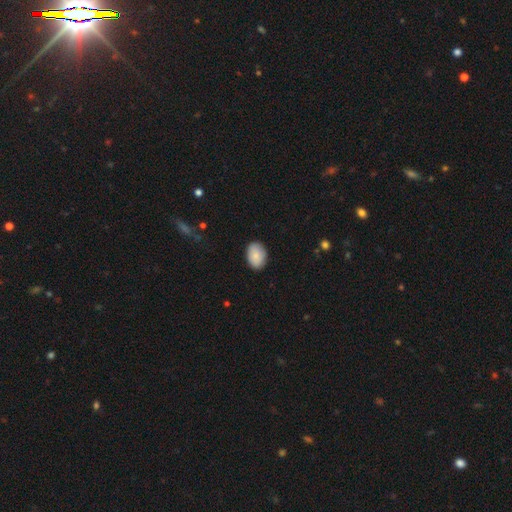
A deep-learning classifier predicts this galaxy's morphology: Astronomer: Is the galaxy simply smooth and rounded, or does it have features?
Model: smooth — 85%.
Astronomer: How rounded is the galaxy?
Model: in between — 82%.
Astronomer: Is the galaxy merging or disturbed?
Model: none — 85%.